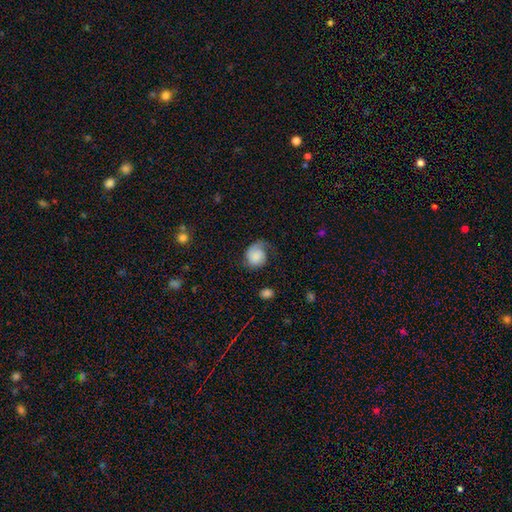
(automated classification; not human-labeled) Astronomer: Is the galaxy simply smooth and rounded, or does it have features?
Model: smooth — 51% (runner-up: featured or disk, 41%).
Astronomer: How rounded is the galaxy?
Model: round — 66%.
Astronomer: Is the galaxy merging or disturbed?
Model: none — 41% (runner-up: major disturbance, 29%).